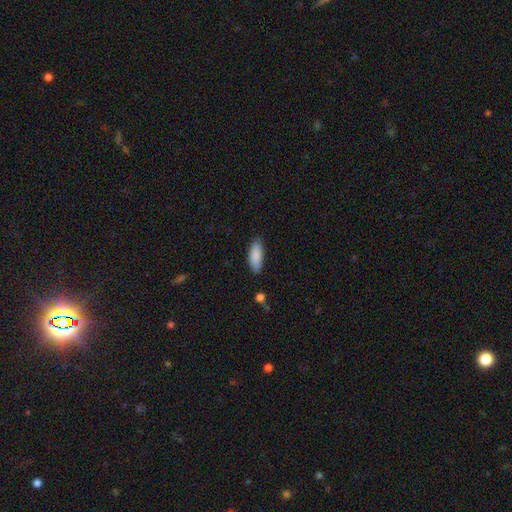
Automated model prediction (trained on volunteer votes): smooth 88%, featured or disk 6%, star or artifact 6%. Down the decision tree: how rounded — in between (74%); merging — none (85%).